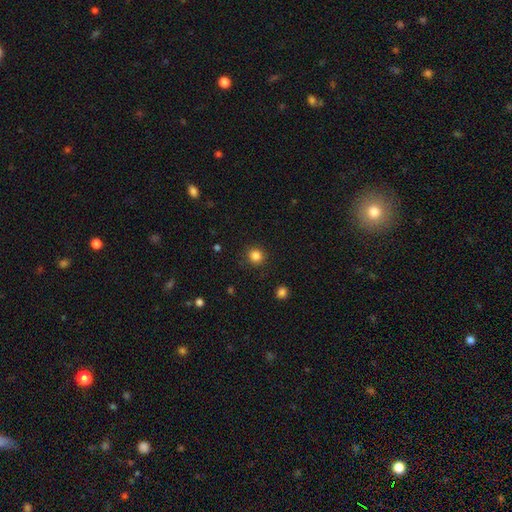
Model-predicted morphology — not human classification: type=smooth (84%); roundness=round (91%); merging=none (90%).